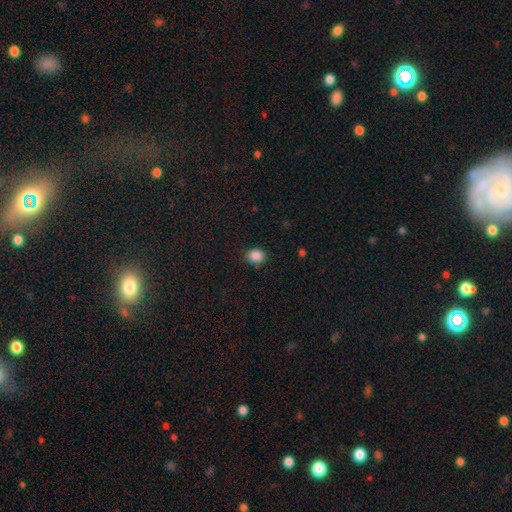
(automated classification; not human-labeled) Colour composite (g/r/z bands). It shows a smooth galaxy with no disk features (88%) that is round (56%). Merging: none (85%).